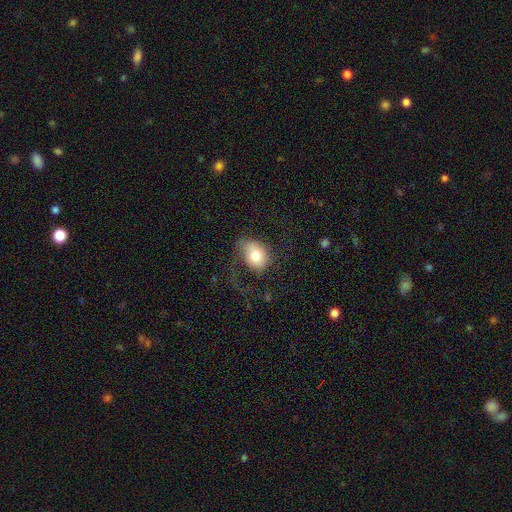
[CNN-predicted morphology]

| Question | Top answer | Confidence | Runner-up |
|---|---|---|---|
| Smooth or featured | smooth | 72% | featured or disk (20%) |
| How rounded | in between | 65% | round (34%) |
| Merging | none | 40% | major disturbance (34%) |